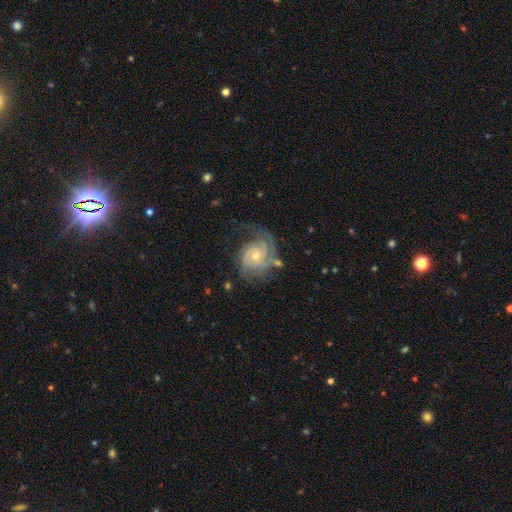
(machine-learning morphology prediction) smooth-or-featured: featured or disk: 85% | smooth: 9% | star or artifact: 6%
  disk-edge-on: no: 98% | yes: 2%
    bar: no: 72% | weak: 24% | strong: 5%
    has-spiral-arms: yes: 95% | no: 5%
      spiral-winding: tight: 51% | medium: 35% | loose: 14%
      spiral-arm-count: 2: 41% | can't tell: 22% | 3: 16% | 1: 13% | 4: 5% | more than 4: 4%
    bulge-size: small: 58% | moderate: 38% | large: 2% | none: 1% | dominant: 1%
  merging: none: 55% | minor disturbance: 21% | major disturbance: 20% | merger: 4%